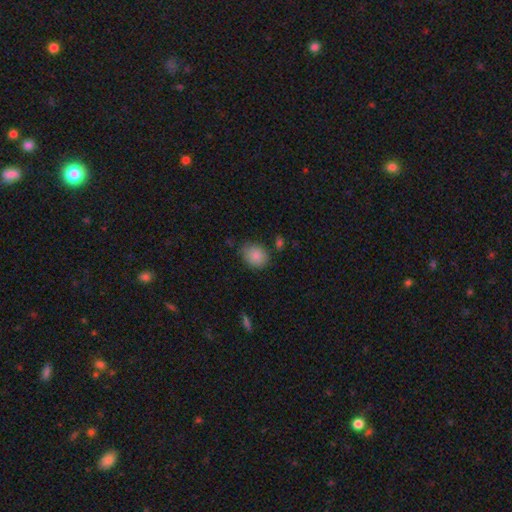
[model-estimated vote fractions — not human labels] Morphology: type=smooth (86%); roundness=in between (52%); merging=none (73%).